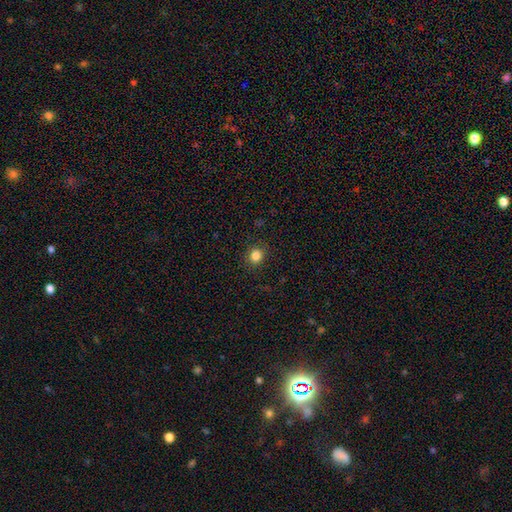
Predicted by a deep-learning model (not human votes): Smooth or featured? smooth (84%)
How rounded? round (82%)
Merging? none (88%)